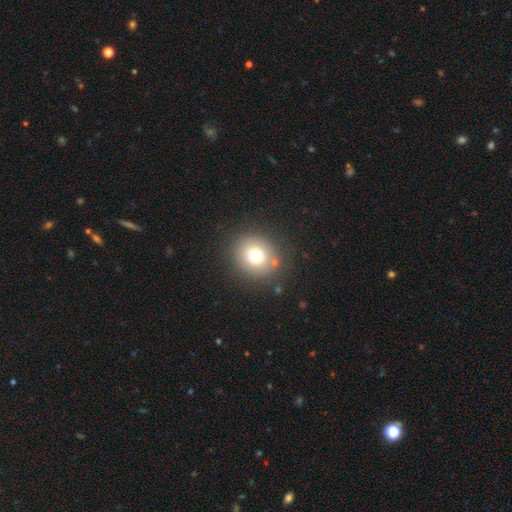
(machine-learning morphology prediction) A smooth galaxy with no disk features (73%) that is round (83%).

Vote fractions:
- Smooth or featured? smooth: 73% / star or artifact: 14% / featured or disk: 13%
- How rounded? round: 83% / in between: 16% / cigar-shaped: 1%
- Merging? none: 84% / minor disturbance: 9% / major disturbance: 4% / merger: 4%